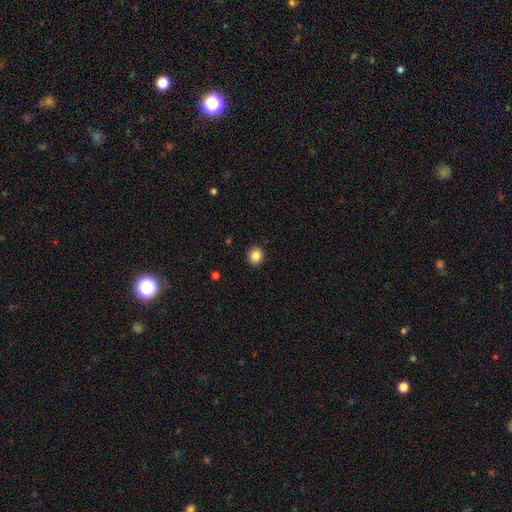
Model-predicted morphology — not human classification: smooth 84%, star or artifact 10%, featured or disk 5%. Down the decision tree: how rounded — round (81%); merging — none (92%).